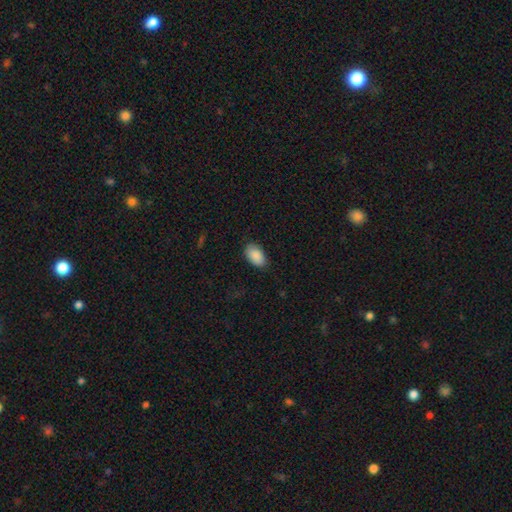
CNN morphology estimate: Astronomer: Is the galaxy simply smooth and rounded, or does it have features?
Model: smooth — 90%.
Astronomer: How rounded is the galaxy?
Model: in between — 93%.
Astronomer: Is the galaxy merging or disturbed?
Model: none — 84%.